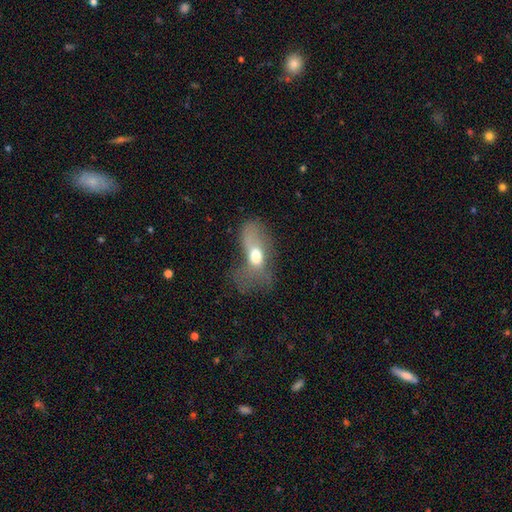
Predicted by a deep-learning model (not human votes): Smooth or featured? smooth (54%)
How rounded? in between (76%)
Merging? major disturbance (54%)